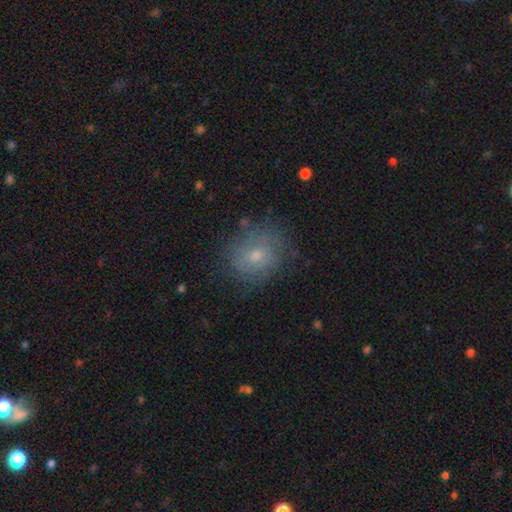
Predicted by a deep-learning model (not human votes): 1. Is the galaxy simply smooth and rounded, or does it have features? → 55% smooth, 33% featured or disk, 12% star or artifact.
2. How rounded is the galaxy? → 69% round, 30% in between, 1% cigar-shaped.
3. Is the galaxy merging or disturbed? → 71% none, 19% minor disturbance, 8% major disturbance, 2% merger.